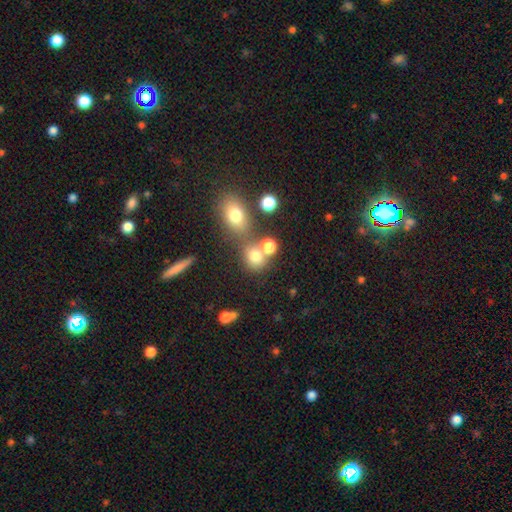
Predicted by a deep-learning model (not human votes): Smooth or featured: smooth — 72% (star or artifact — 17%)
How rounded: round — 71% (in between — 27%)
Merging: none — 52% (merger — 31%)